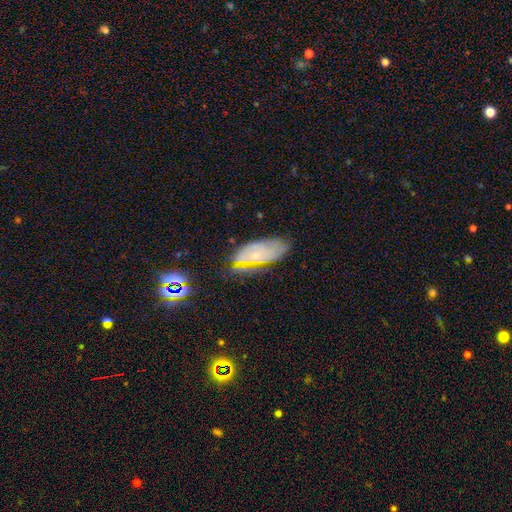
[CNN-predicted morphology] type=featured or disk (58%); edge-on=no (90%); bar=no (65%); spiral arms=yes (73%); bulge=small (66%); merging=none (49%).